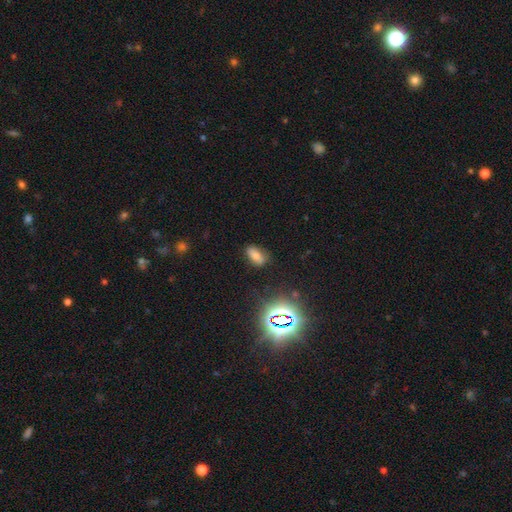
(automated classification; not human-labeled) A smooth galaxy with no disk features (65%) that is in between round and cigar-shaped (86%).

Vote fractions:
- Smooth or featured? smooth: 65% / star or artifact: 21% / featured or disk: 14%
- How rounded? in between: 86% / cigar-shaped: 7% / round: 6%
- Merging? none: 80% / minor disturbance: 14% / major disturbance: 4% / merger: 2%